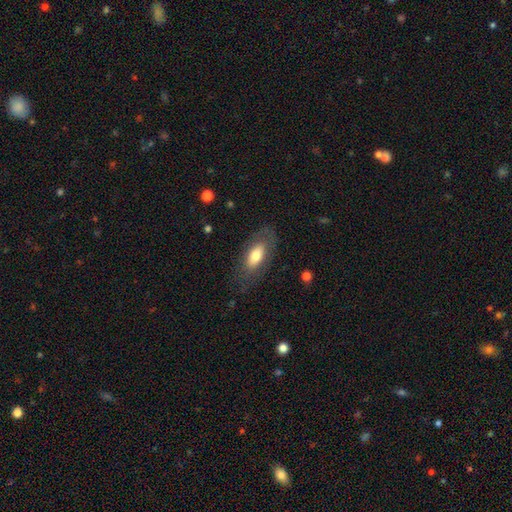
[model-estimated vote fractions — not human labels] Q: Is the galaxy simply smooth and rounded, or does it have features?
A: smooth — 69%.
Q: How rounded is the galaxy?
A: in between — 84%.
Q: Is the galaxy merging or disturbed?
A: none — 76%.